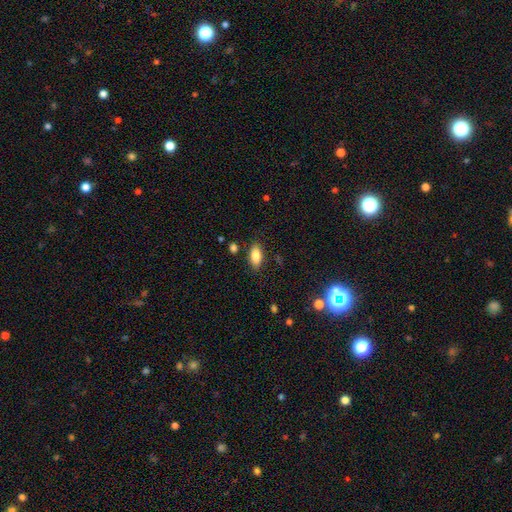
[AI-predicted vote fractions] Smooth or featured: smooth — 83% (featured or disk — 8%)
How rounded: in between — 87% (cigar-shaped — 9%)
Merging: none — 85% (minor disturbance — 10%)